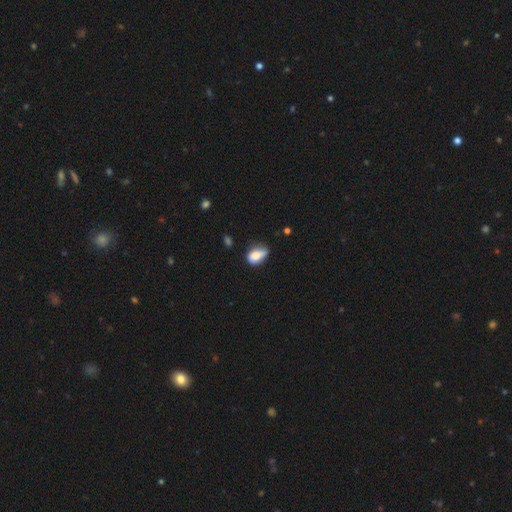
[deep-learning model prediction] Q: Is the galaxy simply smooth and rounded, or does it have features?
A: smooth — 75%.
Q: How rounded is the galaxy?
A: in between — 81%.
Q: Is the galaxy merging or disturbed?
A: minor disturbance — 41%.